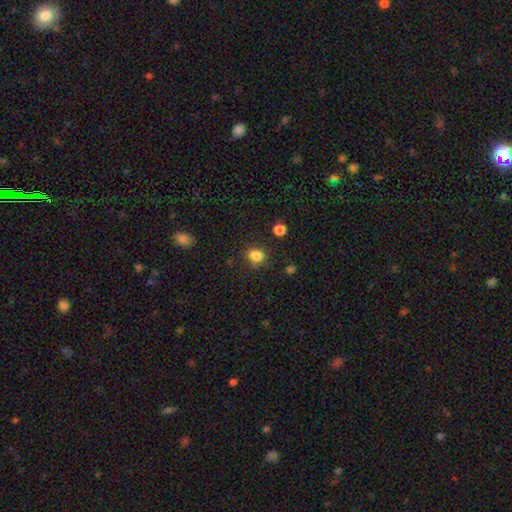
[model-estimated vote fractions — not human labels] Smooth or featured? Predicted: smooth (p=0.83). How rounded? Predicted: round (p=0.61). Merging? Predicted: none (p=0.77).